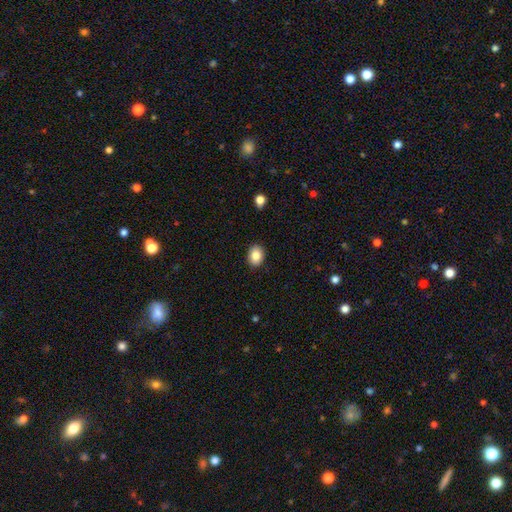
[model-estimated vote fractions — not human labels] Smooth or featured?
  - smooth: 85% *
  - star or artifact: 8%
  - featured or disk: 6%
How rounded?
  - in between: 62% *
  - round: 37%
  - cigar-shaped: 1%
Merging?
  - none: 89% *
  - minor disturbance: 8%
  - major disturbance: 2%
  - merger: 1%